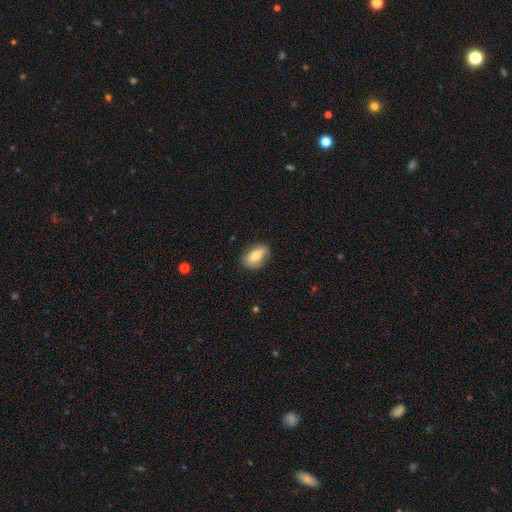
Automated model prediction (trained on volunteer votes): A smooth galaxy with no disk features (71%) that is in between round and cigar-shaped (87%). Merging: none (76%).